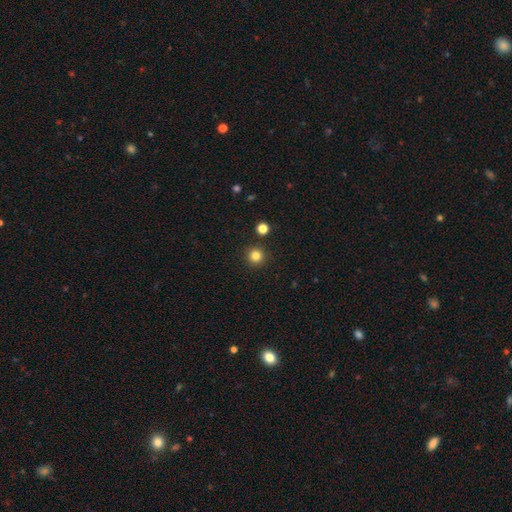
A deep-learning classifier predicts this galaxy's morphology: smooth-or-featured: smooth: 82% | star or artifact: 13% | featured or disk: 5%
  how-rounded: round: 95% | in between: 4% | cigar-shaped: 1%
  merging: none: 91% | minor disturbance: 5% | merger: 2% | major disturbance: 2%